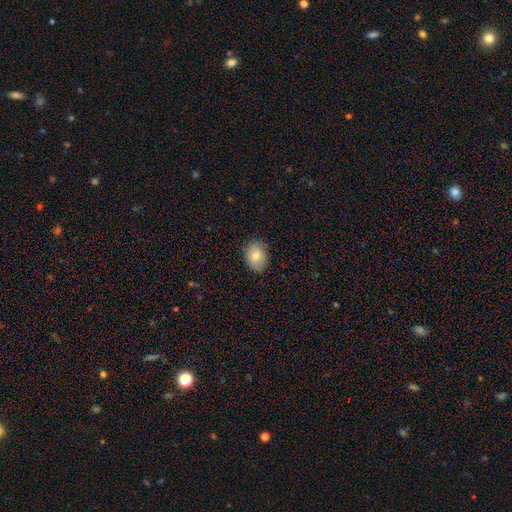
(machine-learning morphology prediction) type=smooth (77%); roundness=in between (74%); merging=none (86%).